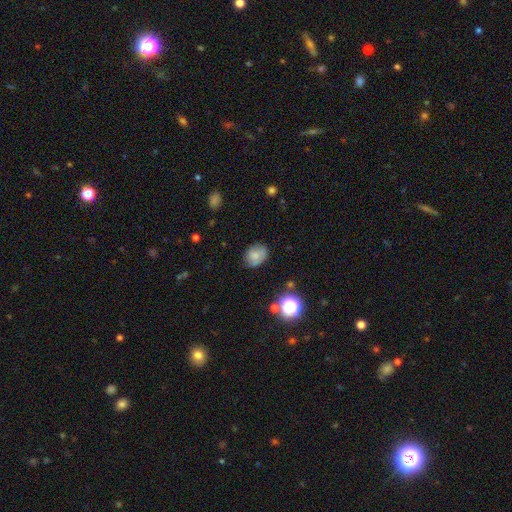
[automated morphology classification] A smooth galaxy with no disk features (67%) that is in between round and cigar-shaped (62%).

Vote fractions:
- Smooth or featured? smooth: 67% / featured or disk: 20% / star or artifact: 13%
- How rounded? in between: 62% / round: 37% / cigar-shaped: 1%
- Merging? none: 64% / minor disturbance: 25% / major disturbance: 7% / merger: 3%